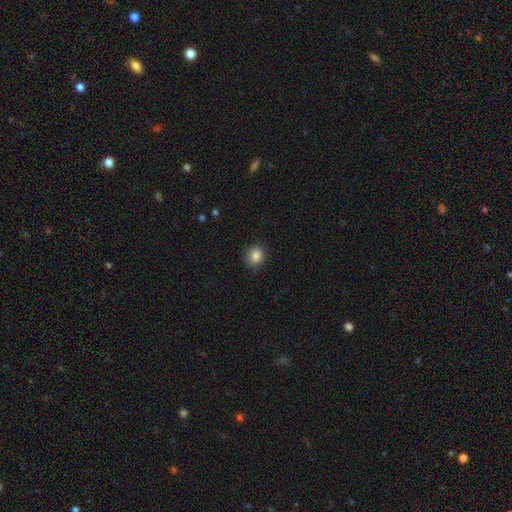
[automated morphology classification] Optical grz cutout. It shows a smooth galaxy with no disk features (86%) that is round (82%). Merging: none (87%).